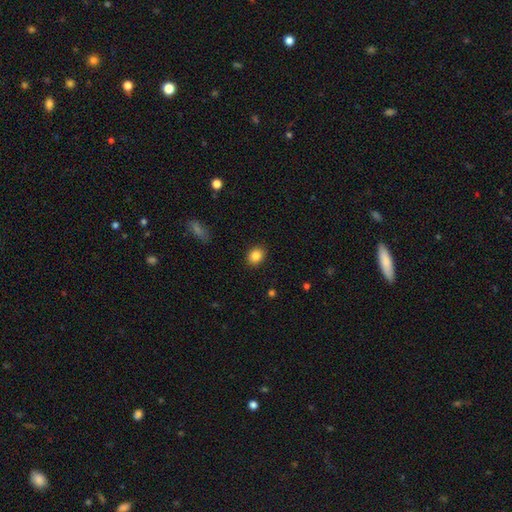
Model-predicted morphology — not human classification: A smooth galaxy with no disk features (85%) that is round (55%).

Vote fractions:
- Smooth or featured? smooth: 85% / star or artifact: 9% / featured or disk: 5%
- How rounded? round: 55% / in between: 44% / cigar-shaped: 1%
- Merging? none: 90% / minor disturbance: 7% / major disturbance: 2% / merger: 1%